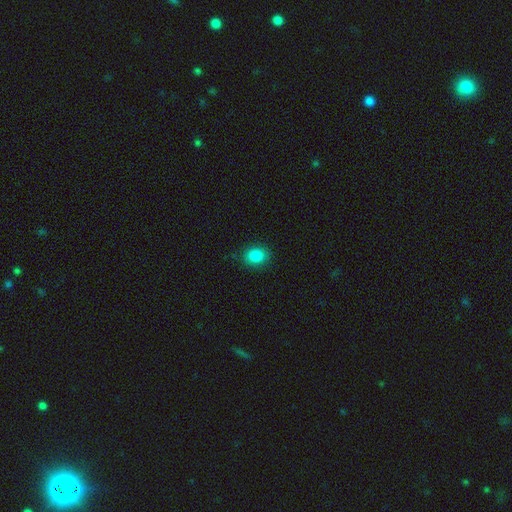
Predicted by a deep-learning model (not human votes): This appears to be a smooth galaxy with no disk features (85%) that is in between round and cigar-shaped (55%). Merging: none (87%).